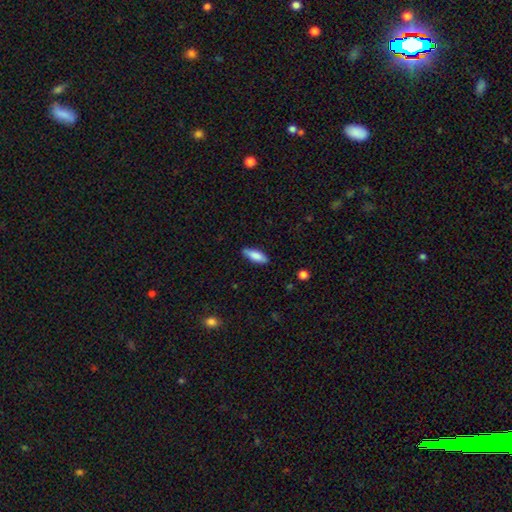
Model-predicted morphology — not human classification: smooth-or-featured: smooth: 80% | featured or disk: 14% | star or artifact: 6%
  how-rounded: in between: 58% | cigar-shaped: 40% | round: 2%
  merging: none: 85% | minor disturbance: 11% | major disturbance: 2% | merger: 1%